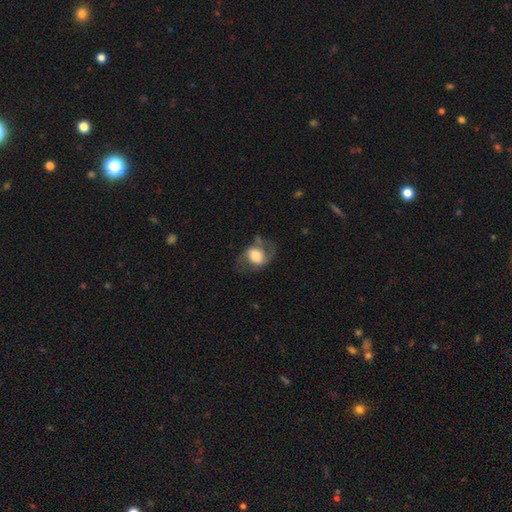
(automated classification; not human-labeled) This is possibly a smooth galaxy (47%). Merging: possibly none (50%).